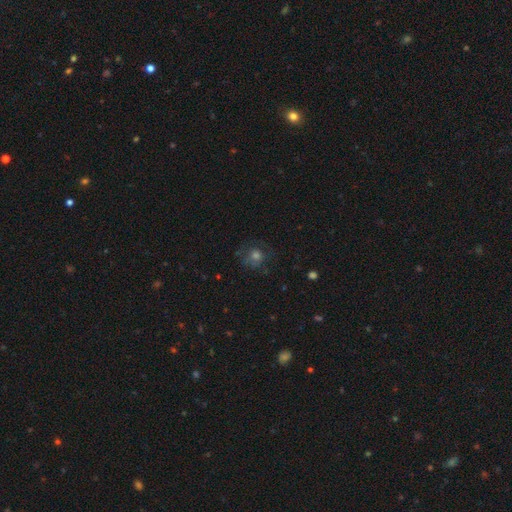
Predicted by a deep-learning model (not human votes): A smooth galaxy with no disk features (50%) that is round (84%).

Vote fractions:
- Smooth or featured? smooth: 50% / featured or disk: 26% / star or artifact: 23%
- How rounded? round: 84% / in between: 15% / cigar-shaped: 1%
- Merging? none: 68% / minor disturbance: 17% / major disturbance: 13% / merger: 2%